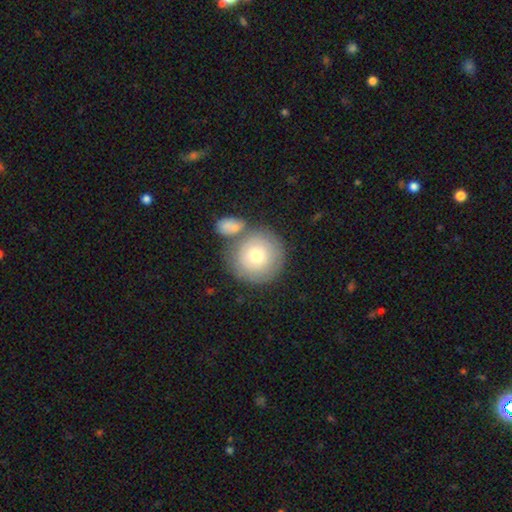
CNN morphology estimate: Overall: smooth (69%). How rounded: round (94%). Merging: none (63%).